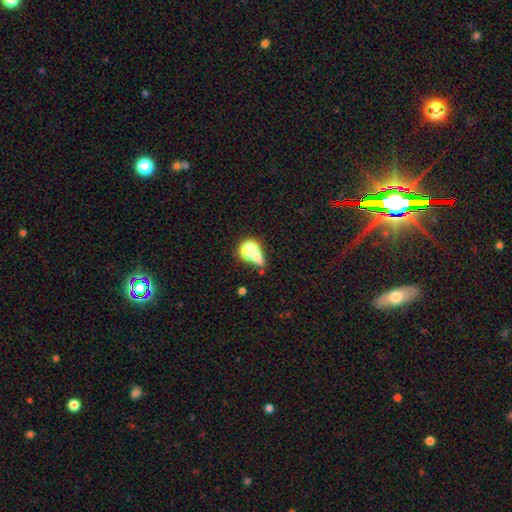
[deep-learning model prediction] A smooth galaxy with no disk features (54%) that is round (50%).

Vote fractions:
- Smooth or featured? smooth: 54% / star or artifact: 31% / featured or disk: 15%
- How rounded? round: 50% / in between: 37% / cigar-shaped: 13%
- Merging? none: 46% / merger: 27% / minor disturbance: 15% / major disturbance: 12%